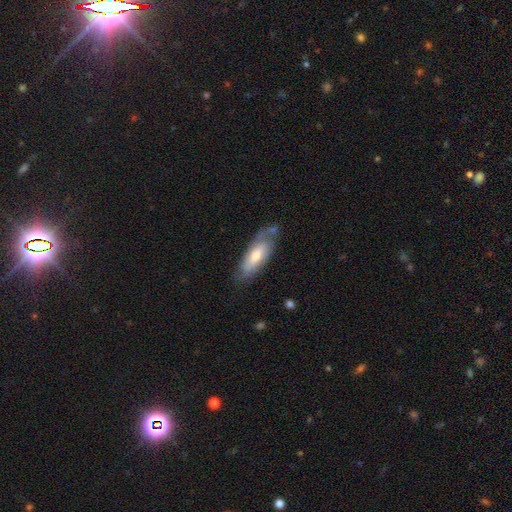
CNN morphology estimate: Smooth or featured: featured or disk — 50% (smooth — 44%)
Merging: none — 62% (minor disturbance — 25%)